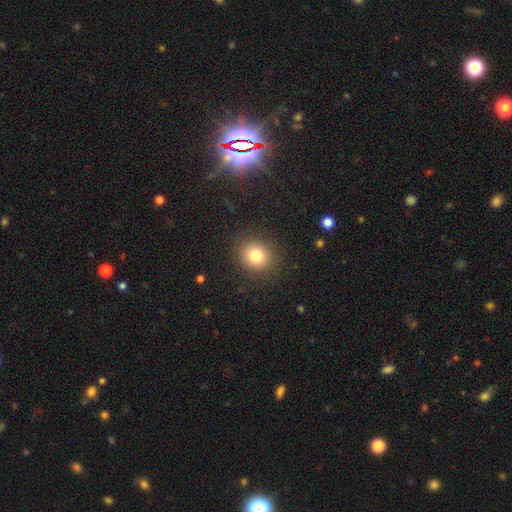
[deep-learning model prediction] This appears to be a smooth galaxy with no disk features (80%) that is round (79%). Merging: none (88%).